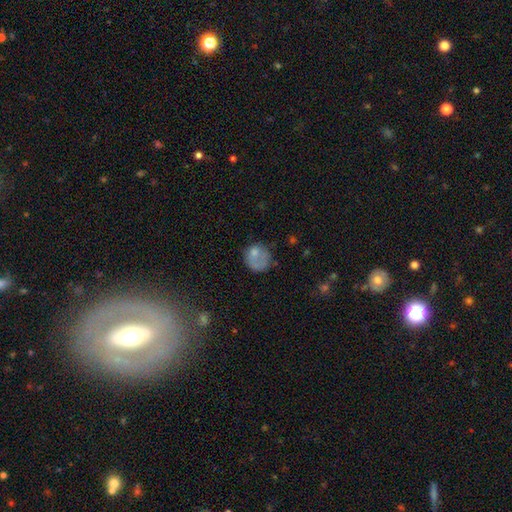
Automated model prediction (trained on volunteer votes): Smooth or featured? Predicted: smooth (p=0.71). How rounded? Predicted: round (p=0.77). Merging? Predicted: none (p=0.46).